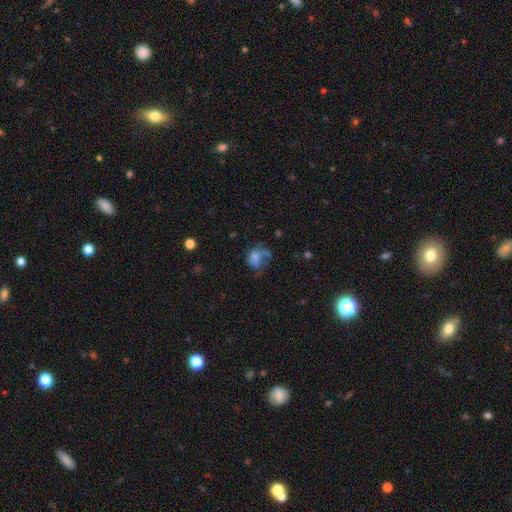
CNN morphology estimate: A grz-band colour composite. It shows a smooth galaxy with no disk features (43%). Merging: major disturbance (39%).